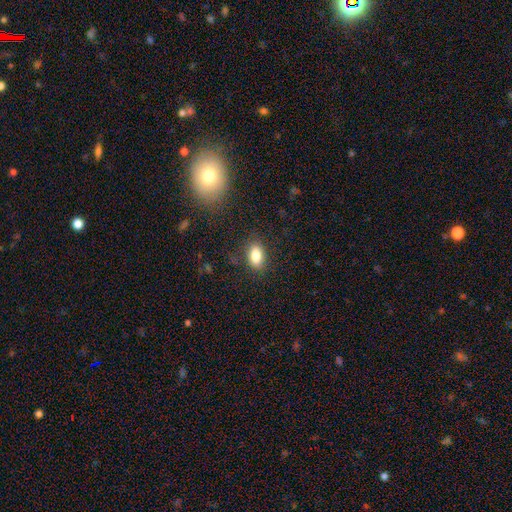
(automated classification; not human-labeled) This appears to be a smooth galaxy with no disk features (83%) that is in between round and cigar-shaped (88%). Merging: none (84%).